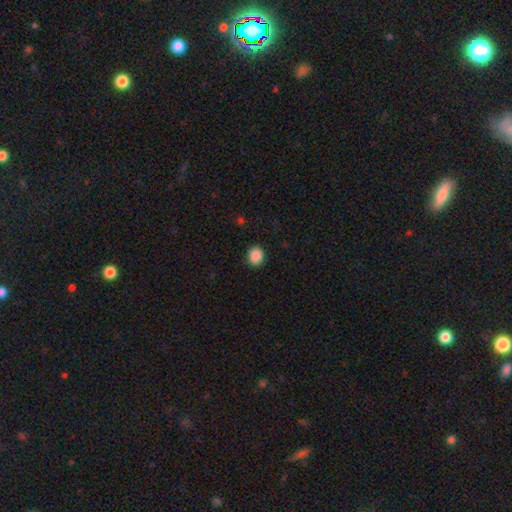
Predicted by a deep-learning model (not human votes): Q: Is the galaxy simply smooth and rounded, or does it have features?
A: smooth — 89%.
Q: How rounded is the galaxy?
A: round — 75%.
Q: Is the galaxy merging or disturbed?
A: none — 91%.